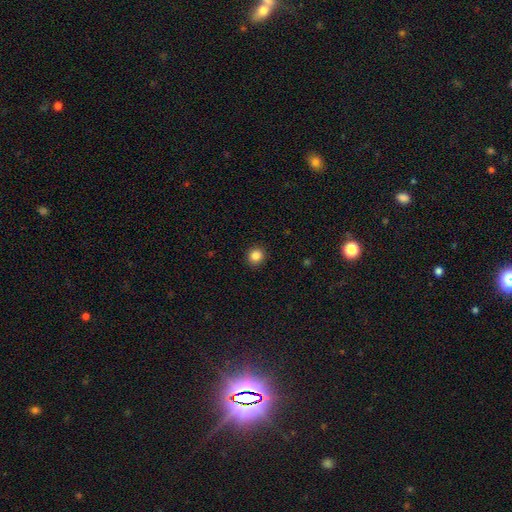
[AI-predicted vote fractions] Overall: smooth (85%). How rounded: round (90%). Merging: none (93%).